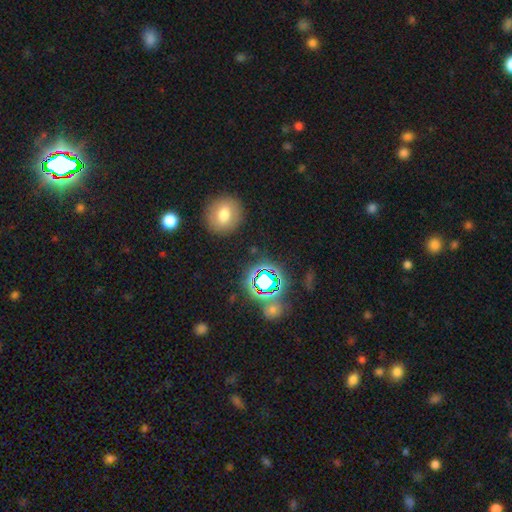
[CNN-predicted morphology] type=star or artifact (57%).